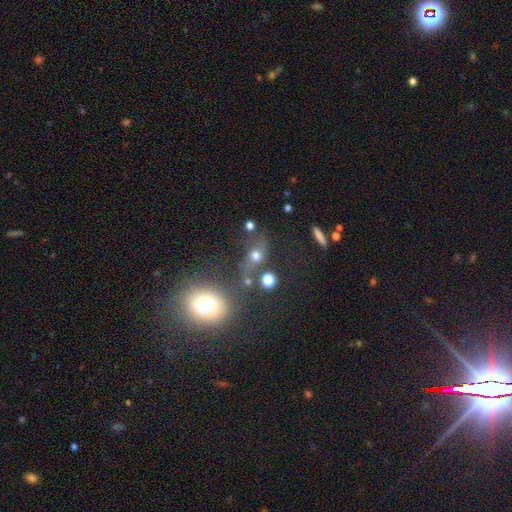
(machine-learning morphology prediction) smooth 63%, star or artifact 21%, featured or disk 17%. Down the decision tree: how rounded — round (49%); merging — none (55%).